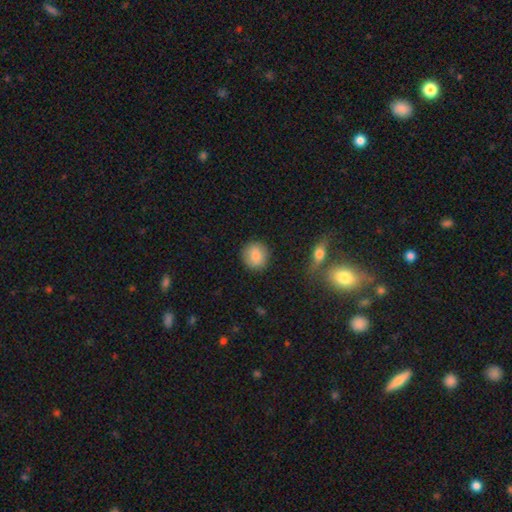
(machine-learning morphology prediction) smooth-or-featured: smooth: 84% | star or artifact: 8% | featured or disk: 8%
  how-rounded: round: 89% | in between: 10% | cigar-shaped: 1%
  merging: none: 88% | minor disturbance: 8% | major disturbance: 2% | merger: 2%